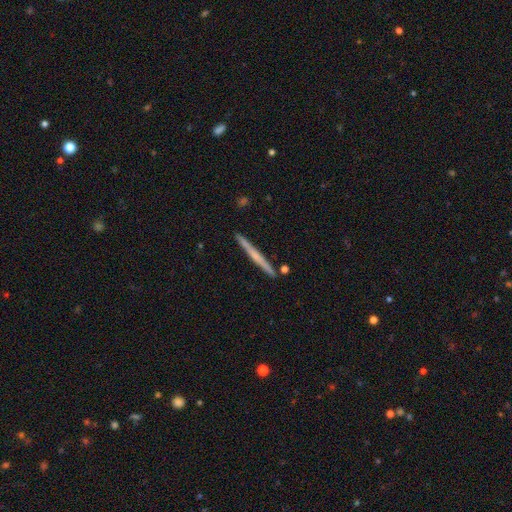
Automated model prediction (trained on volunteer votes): Smooth or featured?
  - featured or disk: 50% *
  - smooth: 45%
  - star or artifact: 5%
Merging?
  - none: 91% *
  - minor disturbance: 6%
  - merger: 2%
  - major disturbance: 1%